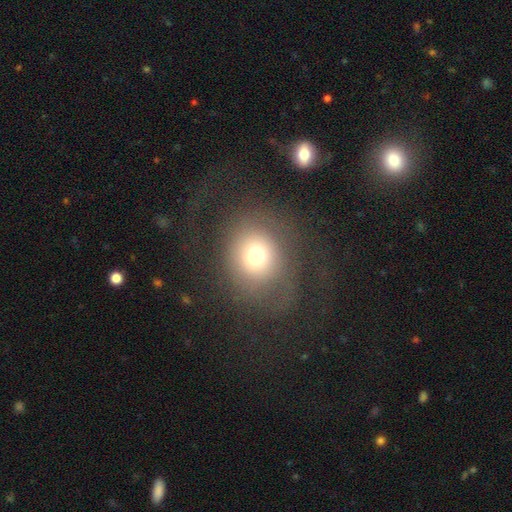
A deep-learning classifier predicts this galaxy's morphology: Q: Smooth or featured?
A: smooth (70%); runner-up: star or artifact (15%)
Q: How rounded?
A: round (78%); runner-up: in between (21%)
Q: Merging?
A: none (65%); runner-up: major disturbance (19%)